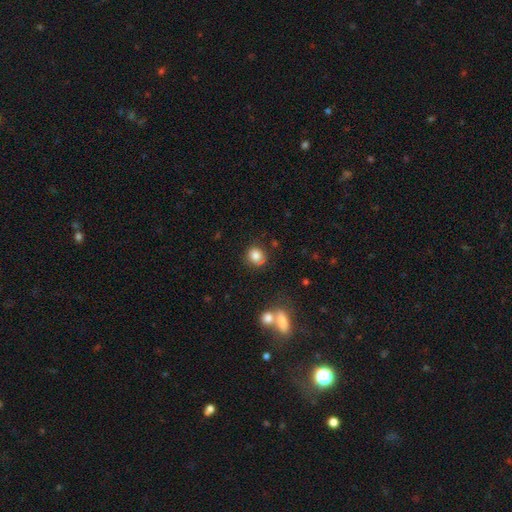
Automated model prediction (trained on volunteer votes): Morphology: type=smooth (82%); roundness=round (78%); merging=none (76%).